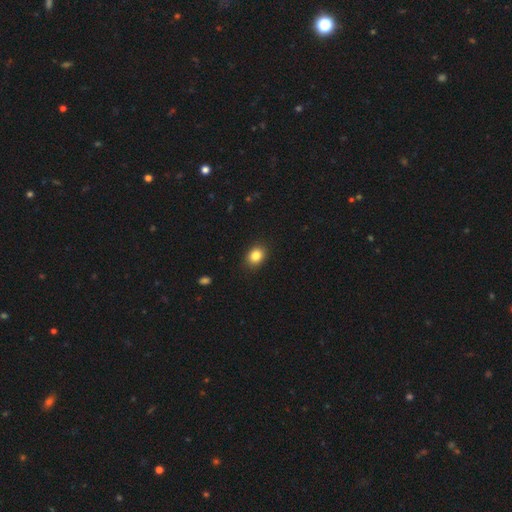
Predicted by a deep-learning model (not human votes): Smooth or featured? Predicted: smooth (p=0.84). How rounded? Predicted: in between (p=0.55). Merging? Predicted: none (p=0.89).